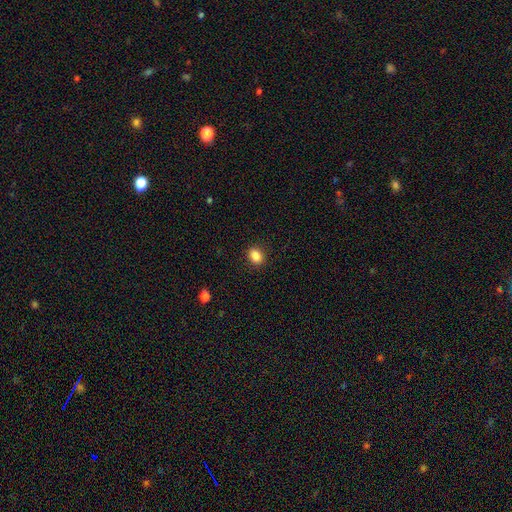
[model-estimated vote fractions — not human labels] A smooth galaxy with no disk features (86%) that is in between round and cigar-shaped (66%).

Vote fractions:
- Smooth or featured? smooth: 86% / star or artifact: 10% / featured or disk: 4%
- How rounded? in between: 66% / round: 32% / cigar-shaped: 1%
- Merging? none: 89% / minor disturbance: 7% / major disturbance: 2% / merger: 1%